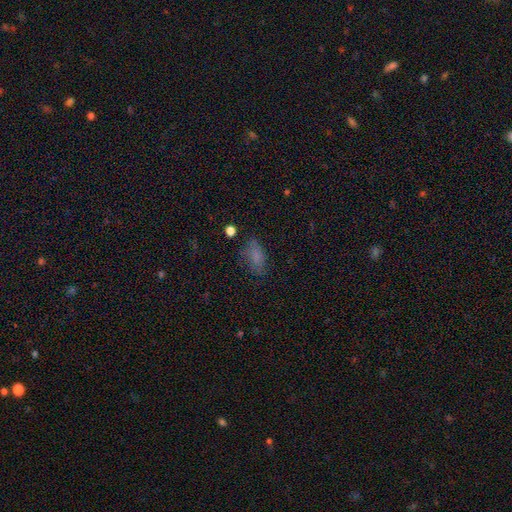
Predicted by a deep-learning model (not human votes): Smooth or featured: smooth — 72% (featured or disk — 15%)
How rounded: in between — 87% (cigar-shaped — 7%)
Merging: none — 64% (minor disturbance — 23%)